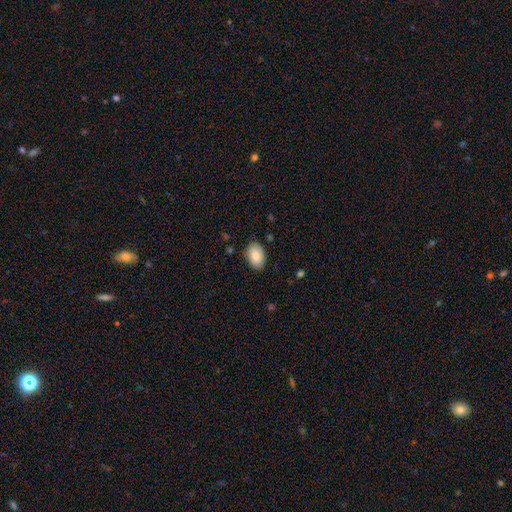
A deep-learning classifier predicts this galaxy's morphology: Smooth or featured? Predicted: smooth (p=0.87). How rounded? Predicted: in between (p=0.88). Merging? Predicted: none (p=0.86).